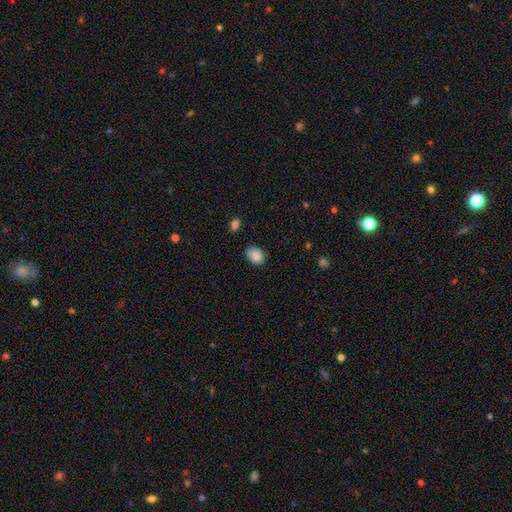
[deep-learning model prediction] Morphology: type=smooth (87%); roundness=in between (64%); merging=none (74%).